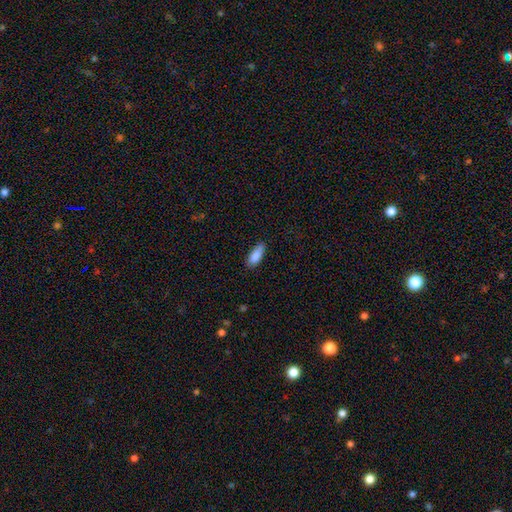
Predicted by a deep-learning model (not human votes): Morphology: type=smooth (88%); roundness=in between (72%); merging=none (78%).